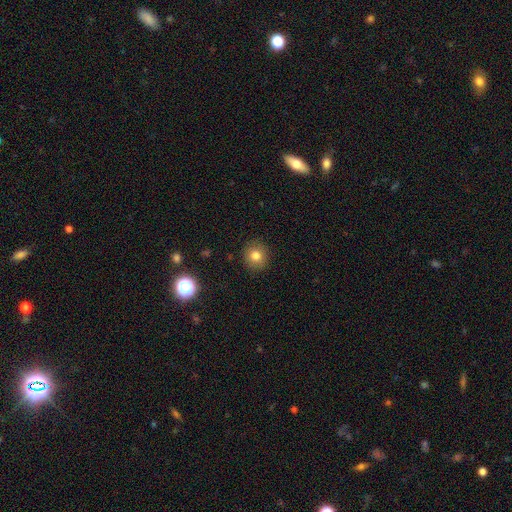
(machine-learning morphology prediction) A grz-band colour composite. It shows a smooth galaxy with no disk features (79%) that is round (89%). Merging: none (90%).